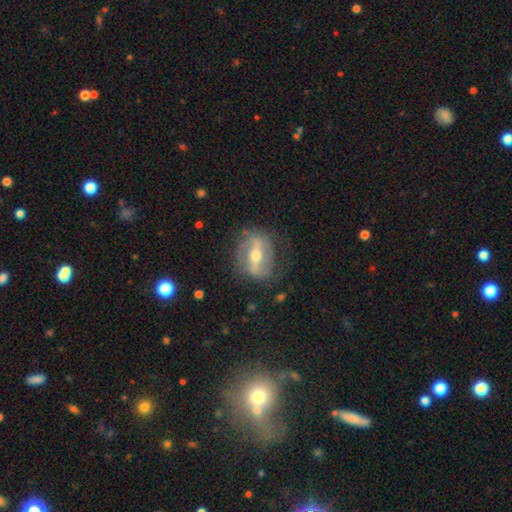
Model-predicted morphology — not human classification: Smooth or featured: featured or disk — 75% (smooth — 18%)
Edge-on disk: no — 84% (yes — 16%)
Bar: strong — 68% (weak — 22%)
Spiral arms: yes — 60% (no — 40%)
Bulge size: moderate — 68% (small — 24%)
Merging: none — 74% (minor disturbance — 16%)